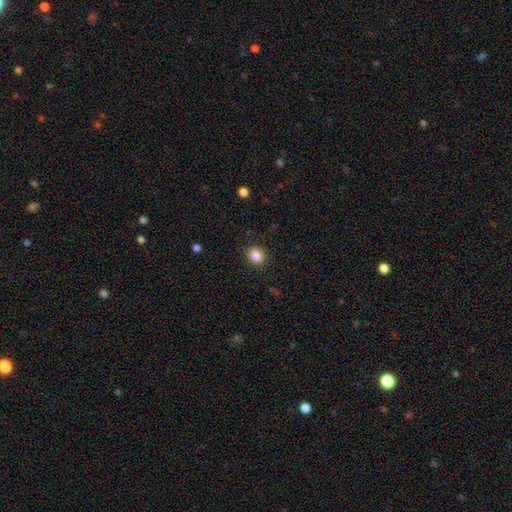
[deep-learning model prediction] This is clearly a smooth galaxy (85%). How rounded: likely round (75%). Merging: clearly none (90%).